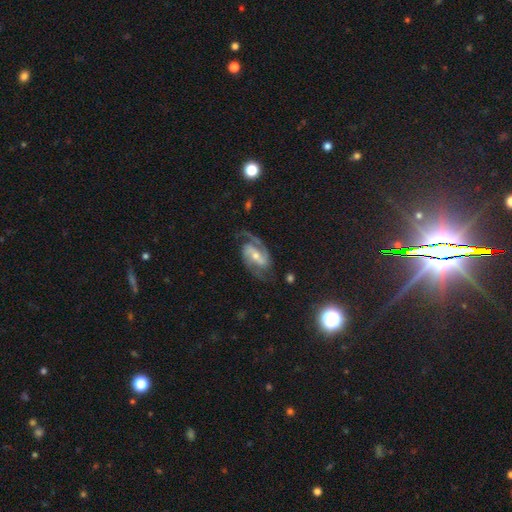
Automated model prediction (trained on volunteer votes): The model was most divided on "bar": weak: 40%, strong: 36%, no: 23%. Remaining: spiral arms — yes (97%); edge-on disk — no (97%); spiral arm count — 2 (89%); smooth or featured — featured or disk (88%); merging — none (70%); spiral winding — medium (54%); bulge size — moderate (50%).